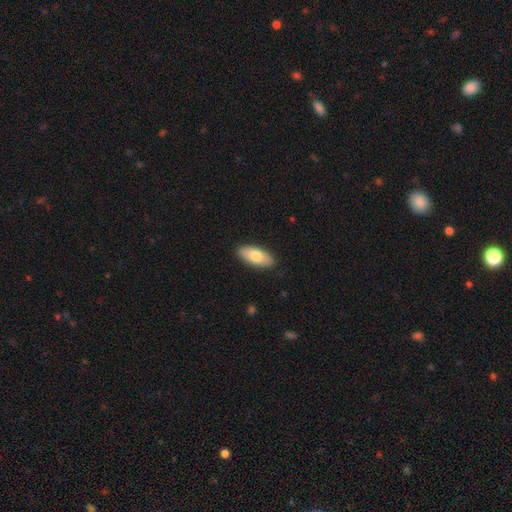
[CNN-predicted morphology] Smooth or featured? smooth (76%)
How rounded? in between (86%)
Merging? none (88%)